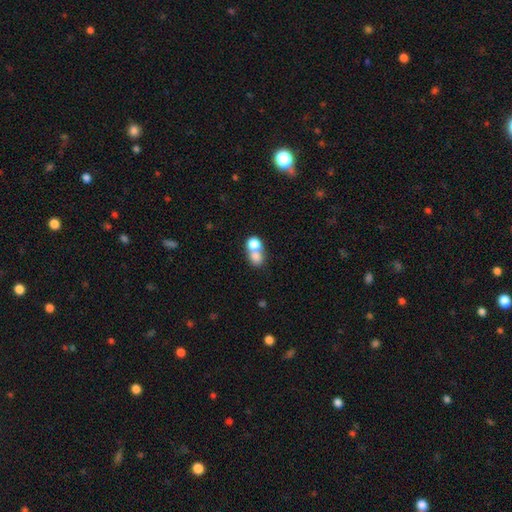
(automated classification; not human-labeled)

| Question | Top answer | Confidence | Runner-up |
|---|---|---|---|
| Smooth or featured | smooth | 76% | featured or disk (13%) |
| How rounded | round | 62% | in between (37%) |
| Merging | merger | 64% | none (27%) |